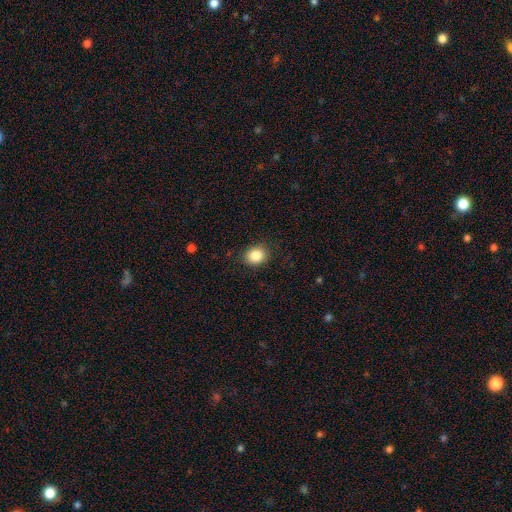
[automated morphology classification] smooth-or-featured: smooth: 86% | star or artifact: 9% | featured or disk: 5%
  how-rounded: round: 59% | in between: 40% | cigar-shaped: 1%
  merging: none: 87% | minor disturbance: 9% | major disturbance: 3% | merger: 1%